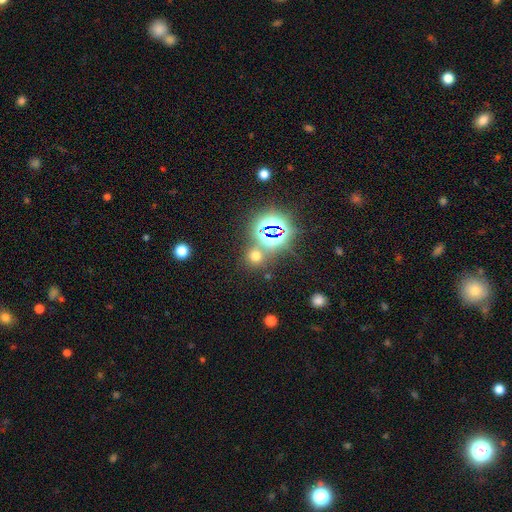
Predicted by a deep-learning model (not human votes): Overall: smooth (52%; star or artifact 41%). How rounded: round (86%). Merging: none (74%).